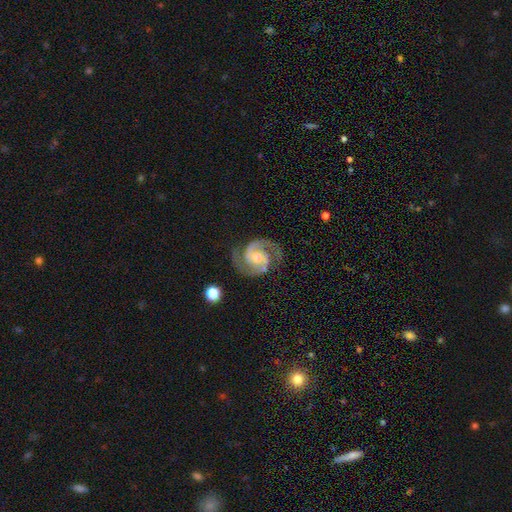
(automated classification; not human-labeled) The model was most divided on "bar": no: 53%, weak: 36%, strong: 11%. More confident: spiral arms — yes (98%); edge-on disk — no (98%); spiral arm count — 2 (93%); smooth or featured — featured or disk (92%); merging — none (78%); bulge size — moderate (61%); spiral winding — medium (56%).